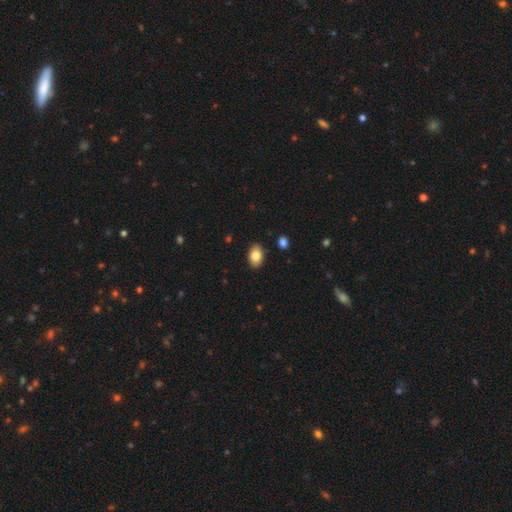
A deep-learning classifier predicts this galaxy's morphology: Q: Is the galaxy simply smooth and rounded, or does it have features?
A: smooth — 83%.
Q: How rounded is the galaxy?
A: in between — 86%.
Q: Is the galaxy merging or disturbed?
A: none — 89%.